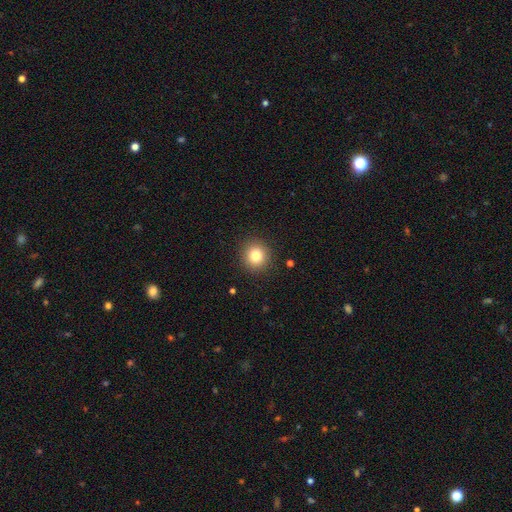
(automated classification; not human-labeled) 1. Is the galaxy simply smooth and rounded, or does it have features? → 81% smooth, 12% star or artifact, 7% featured or disk.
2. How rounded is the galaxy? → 91% round, 8% in between, 1% cigar-shaped.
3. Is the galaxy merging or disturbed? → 91% none, 6% minor disturbance, 2% major disturbance, 1% merger.